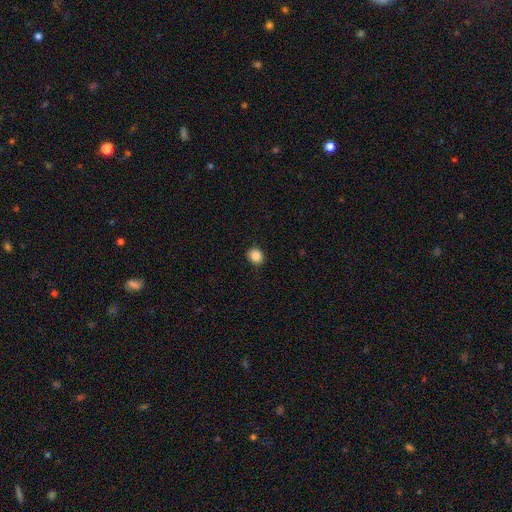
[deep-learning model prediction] Smooth or featured?
  - smooth: 86% *
  - star or artifact: 10%
  - featured or disk: 4%
How rounded?
  - round: 77% *
  - in between: 22%
  - cigar-shaped: 1%
Merging?
  - none: 89% *
  - minor disturbance: 8%
  - major disturbance: 2%
  - merger: 1%